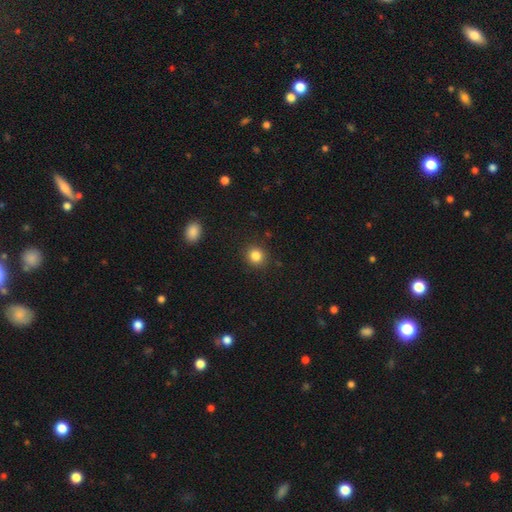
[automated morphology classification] The model was most divided on "smooth or featured": smooth: 84%, star or artifact: 11%, featured or disk: 5%. More confident: merging — none (90%); how rounded — round (87%).